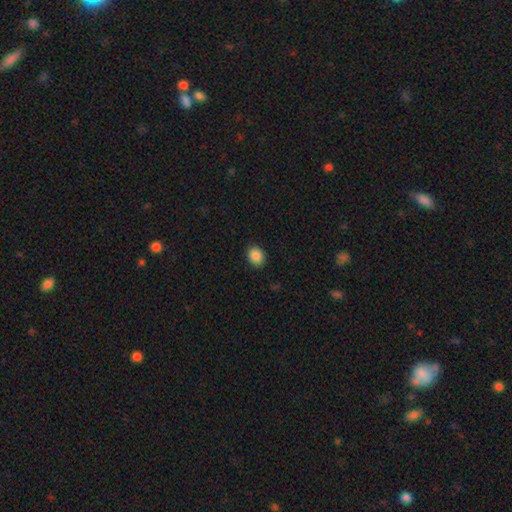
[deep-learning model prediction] smooth_or_featured: smooth (p=0.87) [alt: star or artifact p=0.09]
how_rounded: in between (p=0.53) [alt: round p=0.46]
merging: none (p=0.89) [alt: minor disturbance p=0.08]